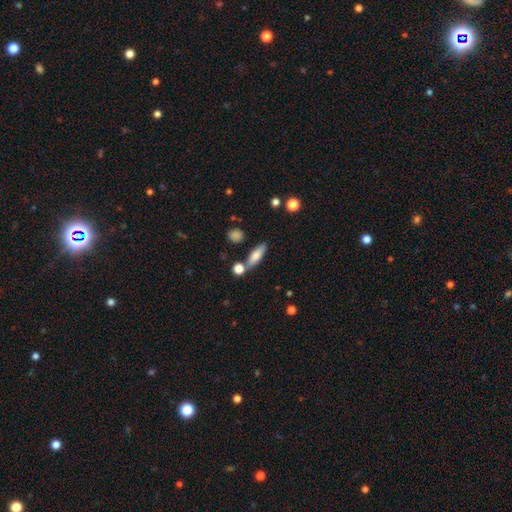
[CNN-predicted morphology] type=smooth (74%); roundness=in between (49%); merging=none (69%).